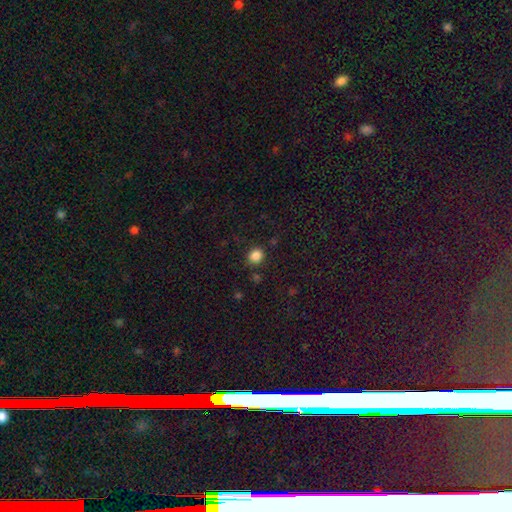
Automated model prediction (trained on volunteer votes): Morphology: type=smooth (85%); roundness=round (77%); merging=none (84%).